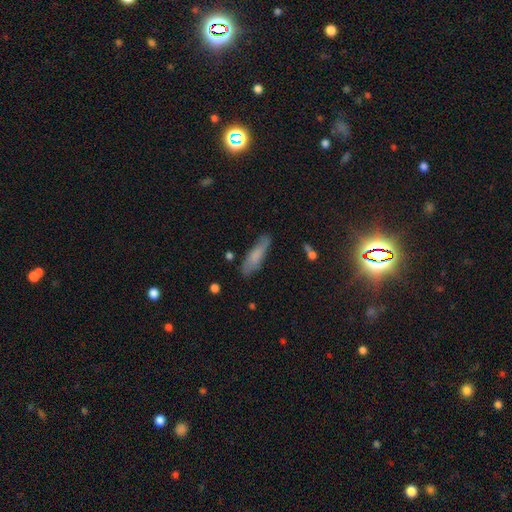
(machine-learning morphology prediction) smooth_or_featured: smooth (p=0.71) [alt: featured or disk p=0.21]
how_rounded: cigar-shaped (p=0.64) [alt: in between p=0.34]
merging: none (p=0.77) [alt: minor disturbance p=0.17]